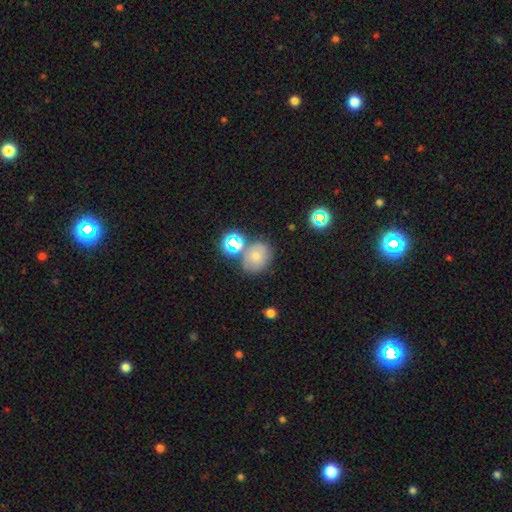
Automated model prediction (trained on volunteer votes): Smooth or featured? smooth (49%)
Merging? none (64%)